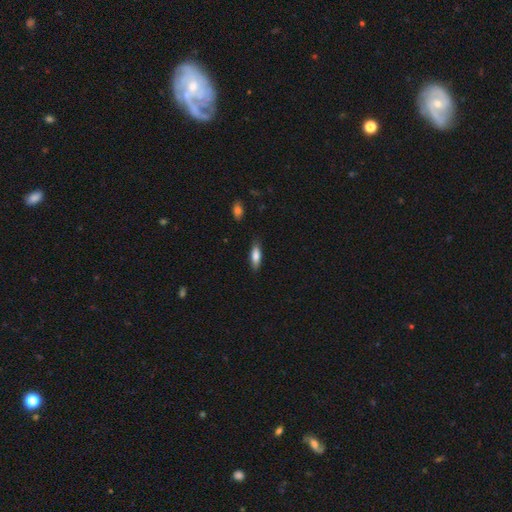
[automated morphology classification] This is likely a smooth galaxy (78%). How rounded: possibly in between (53%). Merging: clearly none (83%).